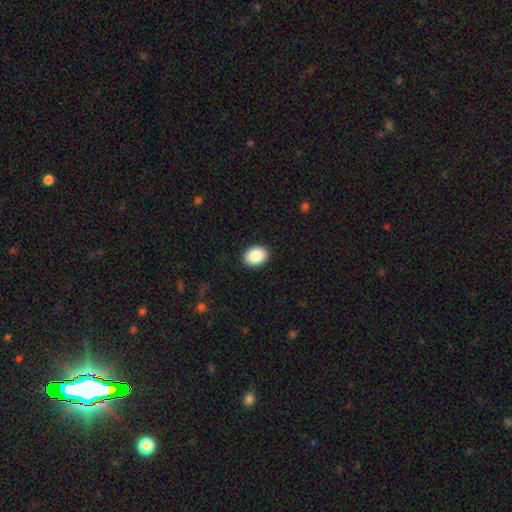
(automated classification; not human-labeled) Q: Smooth or featured?
A: smooth (89%); runner-up: star or artifact (7%)
Q: How rounded?
A: in between (70%); runner-up: round (29%)
Q: Merging?
A: none (90%); runner-up: minor disturbance (7%)